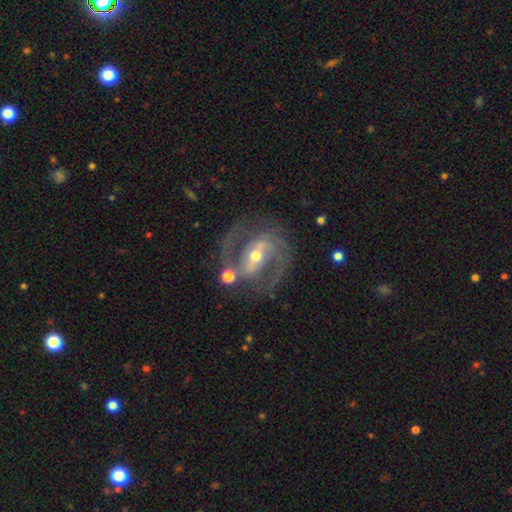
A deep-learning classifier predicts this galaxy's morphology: The model was most divided on "bulge size": moderate: 57%, small: 38%, large: 3%, none: 1%, dominant: 1%. More confident: edge-on disk — no (97%); spiral arms — yes (96%); smooth or featured — featured or disk (89%); spiral arm count — 2 (84%); merging — none (70%); spiral winding — medium (58%); bar — strong (56%).